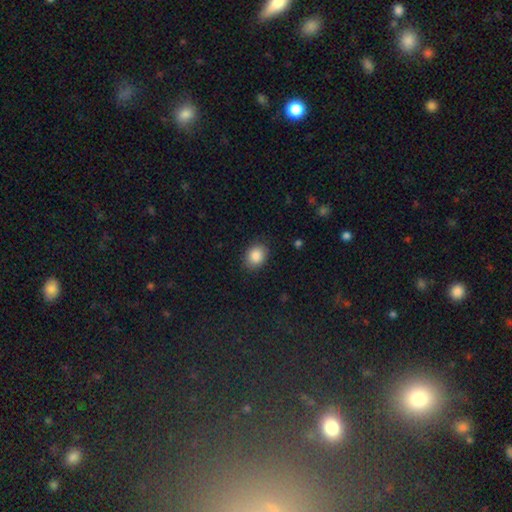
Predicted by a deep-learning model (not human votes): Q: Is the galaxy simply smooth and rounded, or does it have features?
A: smooth — 87%.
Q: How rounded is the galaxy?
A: in between — 51%.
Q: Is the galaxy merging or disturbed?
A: none — 85%.